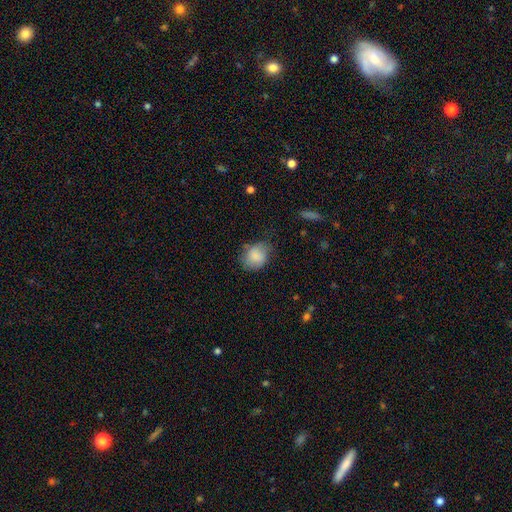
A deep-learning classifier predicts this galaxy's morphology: This is clearly a smooth galaxy (82%). How rounded: possibly round (54%). Merging: possibly none (59%).